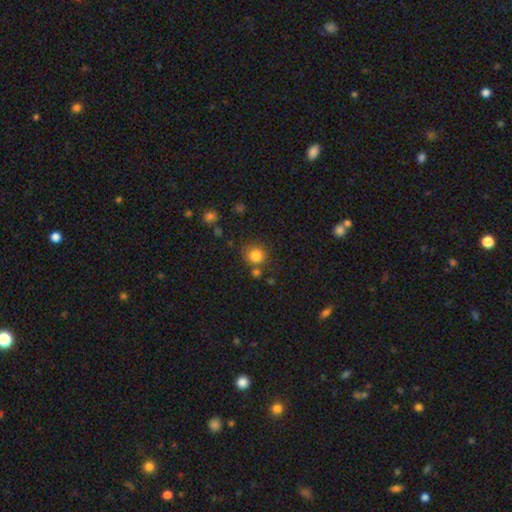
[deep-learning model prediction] Q: Smooth or featured?
A: smooth (82%); runner-up: star or artifact (12%)
Q: How rounded?
A: round (87%); runner-up: in between (12%)
Q: Merging?
A: none (70%); runner-up: minor disturbance (14%)